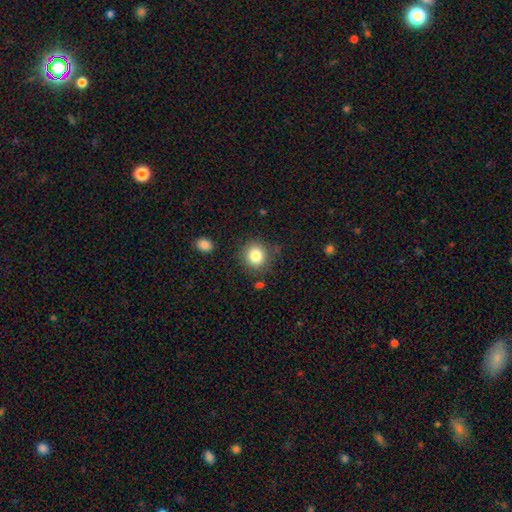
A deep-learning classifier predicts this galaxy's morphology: Smooth or featured? Predicted: smooth (p=0.83). How rounded? Predicted: round (p=0.87). Merging? Predicted: none (p=0.84).